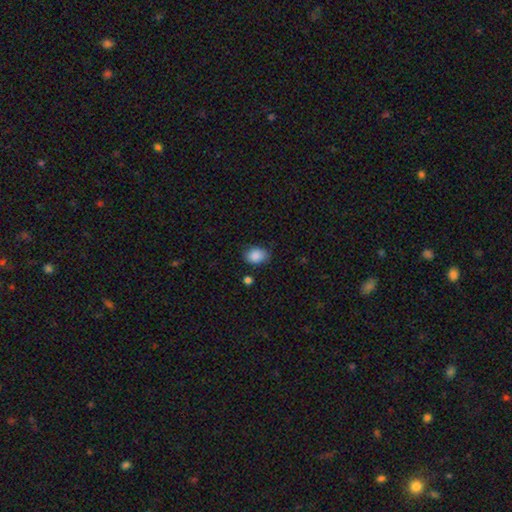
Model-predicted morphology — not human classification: smooth-or-featured: smooth: 88% | star or artifact: 8% | featured or disk: 4%
  how-rounded: in between: 67% | round: 32% | cigar-shaped: 1%
  merging: none: 74% | minor disturbance: 19% | major disturbance: 4% | merger: 3%